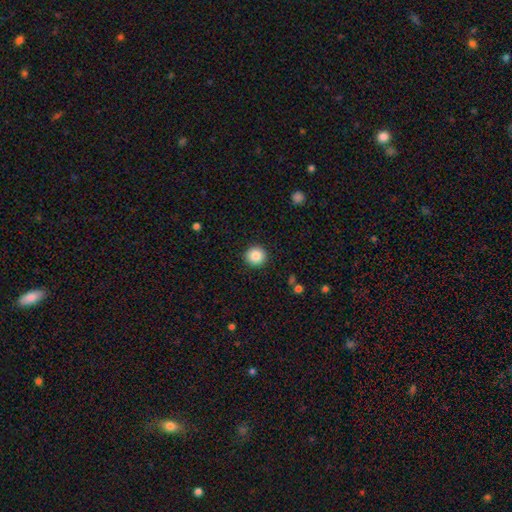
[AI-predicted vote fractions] The model was most divided on "smooth or featured": smooth: 86%, star or artifact: 9%, featured or disk: 5%. More confident: how rounded — round (94%); merging — none (92%).